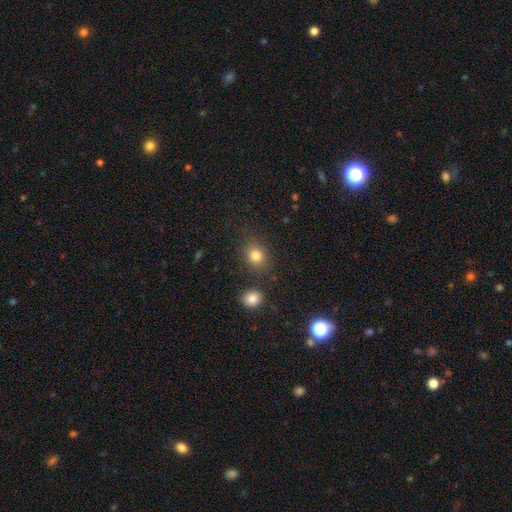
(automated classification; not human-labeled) Q: Smooth or featured?
A: smooth (81%); runner-up: star or artifact (12%)
Q: How rounded?
A: round (59%); runner-up: in between (40%)
Q: Merging?
A: none (79%); runner-up: minor disturbance (12%)